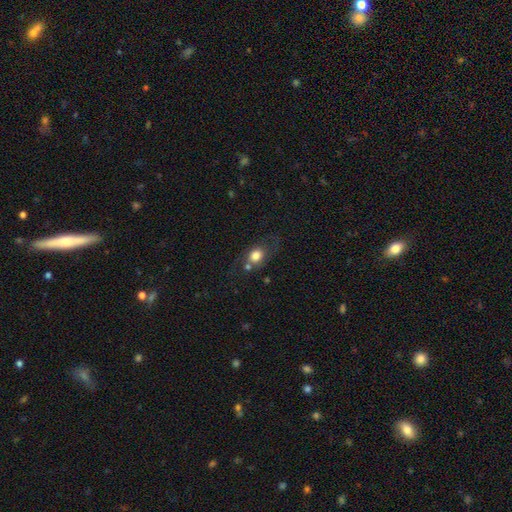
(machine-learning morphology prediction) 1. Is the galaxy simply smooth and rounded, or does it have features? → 71% smooth, 19% featured or disk, 10% star or artifact.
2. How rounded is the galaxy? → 53% round, 44% in between, 2% cigar-shaped.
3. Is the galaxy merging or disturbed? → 54% none, 20% minor disturbance, 14% merger, 12% major disturbance.